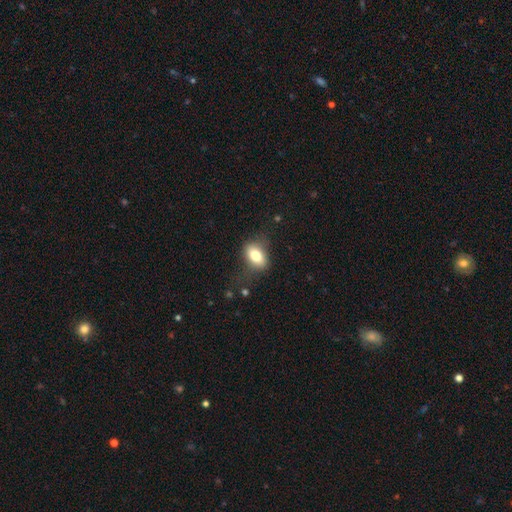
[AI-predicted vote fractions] smooth_or_featured: smooth (p=0.76) [alt: featured or disk p=0.15]
how_rounded: in between (p=0.84) [alt: round p=0.13]
merging: none (p=0.67) [alt: minor disturbance p=0.21]